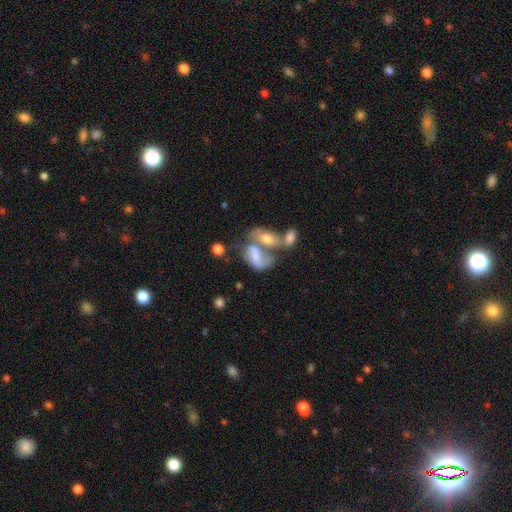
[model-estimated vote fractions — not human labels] This appears to be a smooth galaxy with no disk features (56%) that is in between round and cigar-shaped (87%). Merging: merger (61%).